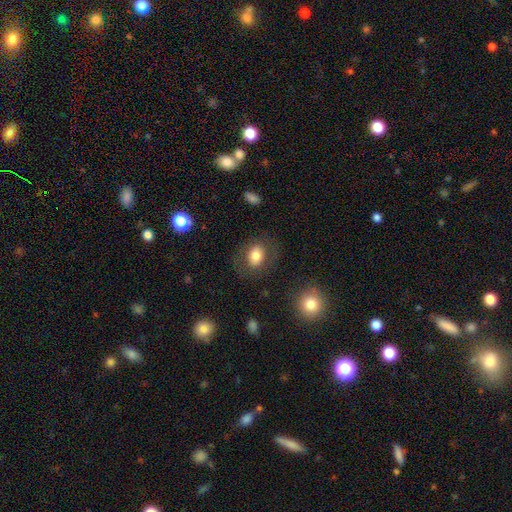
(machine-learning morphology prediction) Q: Smooth or featured?
A: smooth (74%); runner-up: featured or disk (17%)
Q: How rounded?
A: in between (62%); runner-up: round (37%)
Q: Merging?
A: none (78%); runner-up: minor disturbance (12%)